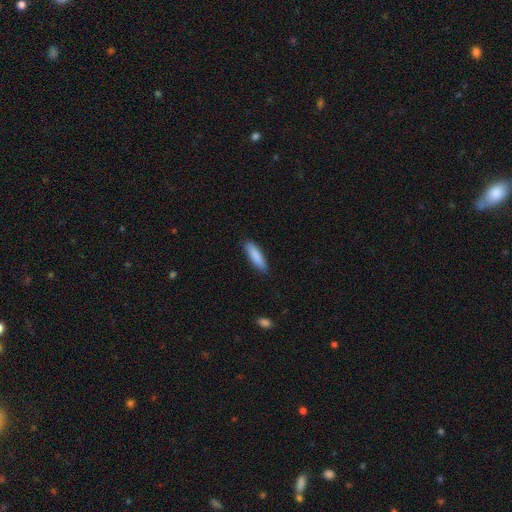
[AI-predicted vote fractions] A smooth galaxy with no disk features (87%) that is cigar-shaped (67%).

Vote fractions:
- Smooth or featured? smooth: 87% / featured or disk: 7% / star or artifact: 6%
- How rounded? cigar-shaped: 67% / in between: 32% / round: 1%
- Merging? none: 88% / minor disturbance: 10% / major disturbance: 2% / merger: 1%